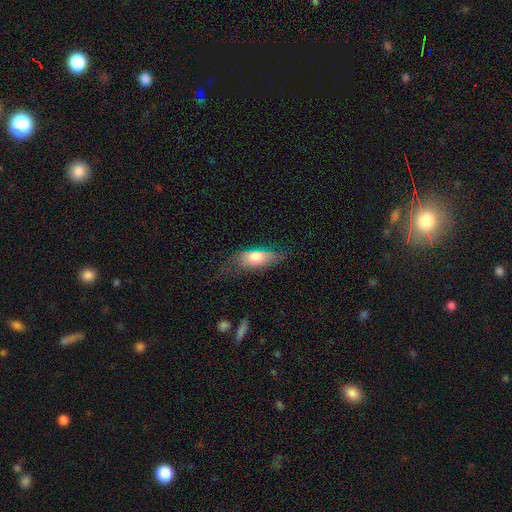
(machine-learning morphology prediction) This appears to be a smooth galaxy with no disk features (69%) that is in between round and cigar-shaped (75%). Merging: none (52%).